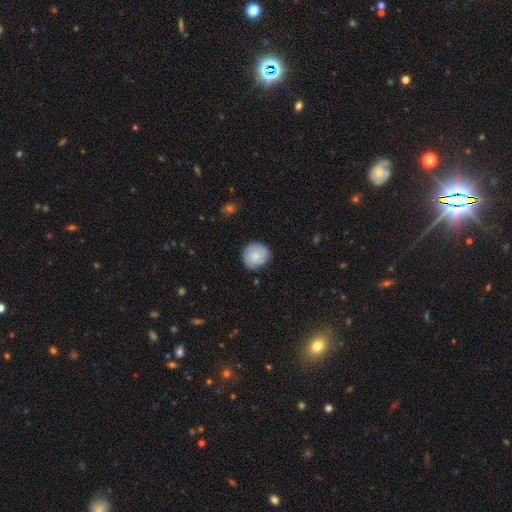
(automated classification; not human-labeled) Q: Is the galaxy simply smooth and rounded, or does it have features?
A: smooth — 76%.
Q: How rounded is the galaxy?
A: round — 86%.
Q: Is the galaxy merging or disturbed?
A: none — 80%.